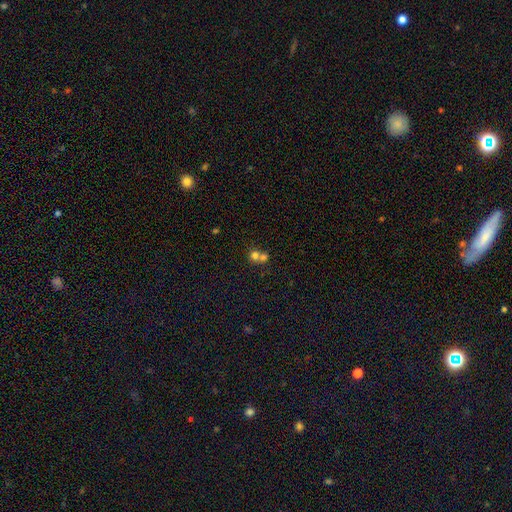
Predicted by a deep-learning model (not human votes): This is likely a smooth galaxy (72%). How rounded: clearly round (83%). Merging: possibly merger (59%).